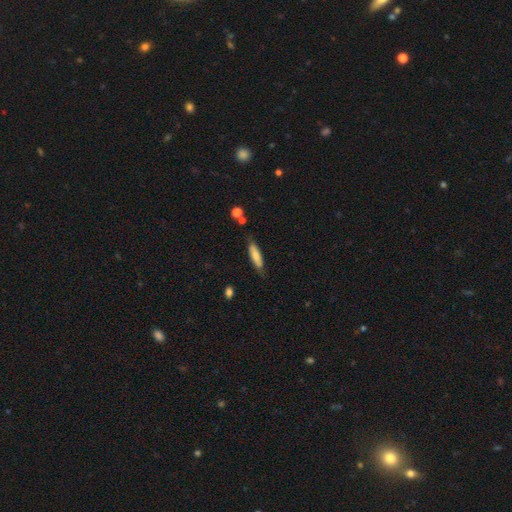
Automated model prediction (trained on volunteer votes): This appears to be a smooth galaxy with no disk features (72%) that is cigar-shaped (71%). Merging: none (71%).